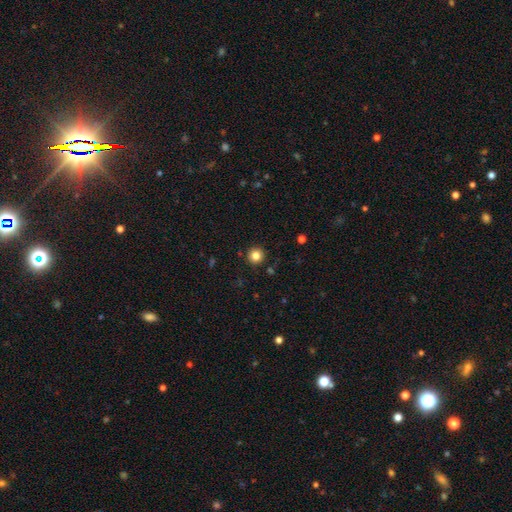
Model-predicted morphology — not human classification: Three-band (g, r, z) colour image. It shows a smooth galaxy with no disk features (82%) that is round (95%). Merging: none (92%).